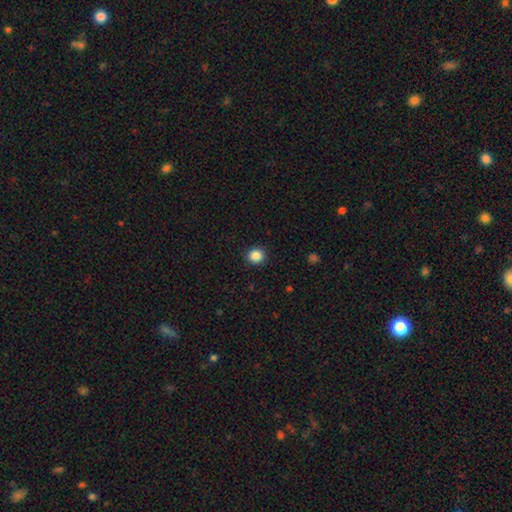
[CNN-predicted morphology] Smooth or featured: smooth — 87% (star or artifact — 10%)
How rounded: round — 83% (in between — 16%)
Merging: none — 91% (minor disturbance — 6%)